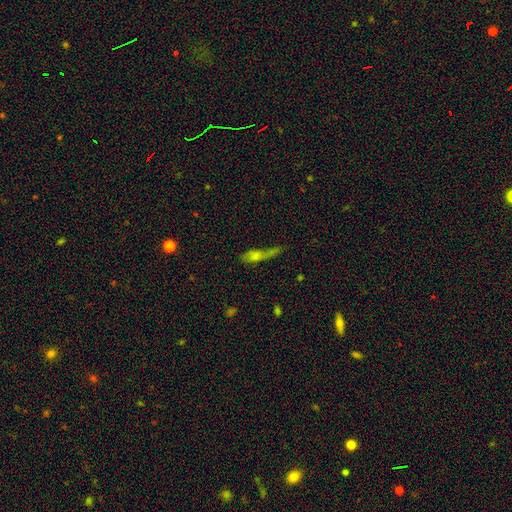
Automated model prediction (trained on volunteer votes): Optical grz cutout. It shows a smooth galaxy with no disk features (51%) that is cigar-shaped (61%). Merging: none (41%).